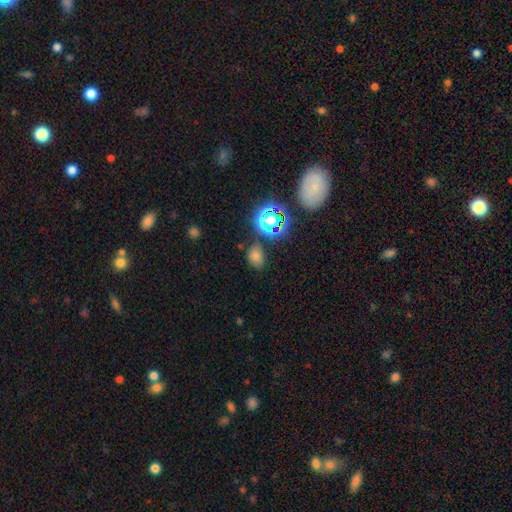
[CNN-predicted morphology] Q: Smooth or featured?
A: smooth (59%); runner-up: star or artifact (32%)
Q: How rounded?
A: in between (60%); runner-up: round (38%)
Q: Merging?
A: none (78%); runner-up: minor disturbance (13%)